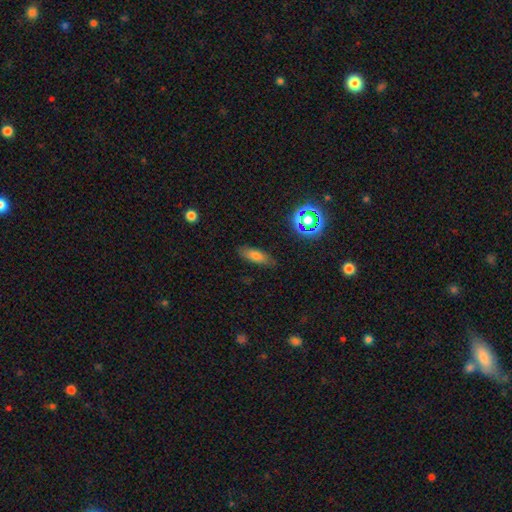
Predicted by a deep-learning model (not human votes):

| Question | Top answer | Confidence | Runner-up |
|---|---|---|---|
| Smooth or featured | smooth | 70% | featured or disk (17%) |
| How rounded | in between | 65% | cigar-shaped (32%) |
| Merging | none | 79% | minor disturbance (16%) |